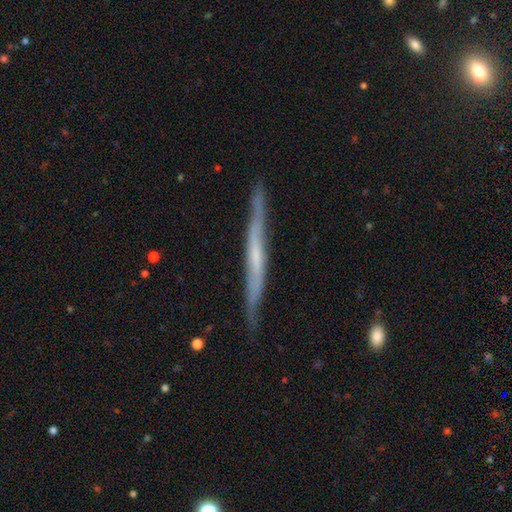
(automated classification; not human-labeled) featured or disk 65%, smooth 29%, star or artifact 6%. Down the decision tree: edge-on disk — yes (93%); edge-on bulge — none (74%); merging — none (82%).